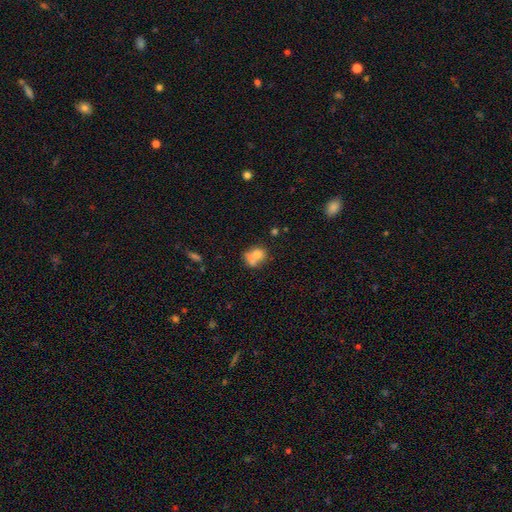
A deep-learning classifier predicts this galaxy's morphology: Smooth or featured: smooth — 70% (featured or disk — 18%)
How rounded: round — 54% (in between — 44%)
Merging: merger — 39% (none — 33%)